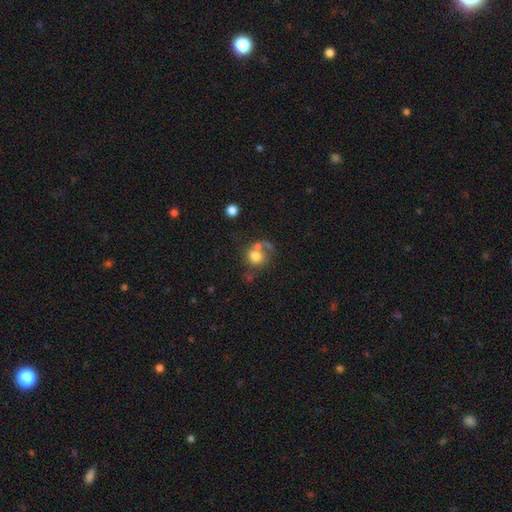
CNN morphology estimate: type=smooth (73%); roundness=round (83%); merging=none (41%).